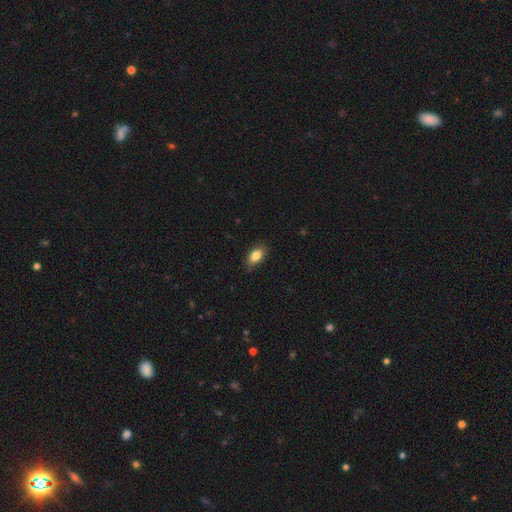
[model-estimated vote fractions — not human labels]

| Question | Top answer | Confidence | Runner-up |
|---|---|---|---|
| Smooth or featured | smooth | 83% | featured or disk (10%) |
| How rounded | in between | 89% | round (6%) |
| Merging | none | 84% | minor disturbance (13%) |